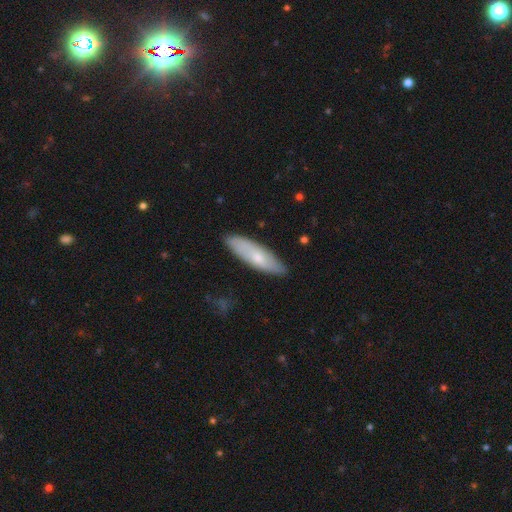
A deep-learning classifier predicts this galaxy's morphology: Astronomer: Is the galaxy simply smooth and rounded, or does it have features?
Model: smooth — 63%.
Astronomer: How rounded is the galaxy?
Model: cigar-shaped — 53% (runner-up: in between, 45%).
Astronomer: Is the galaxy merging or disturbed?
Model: none — 84%.